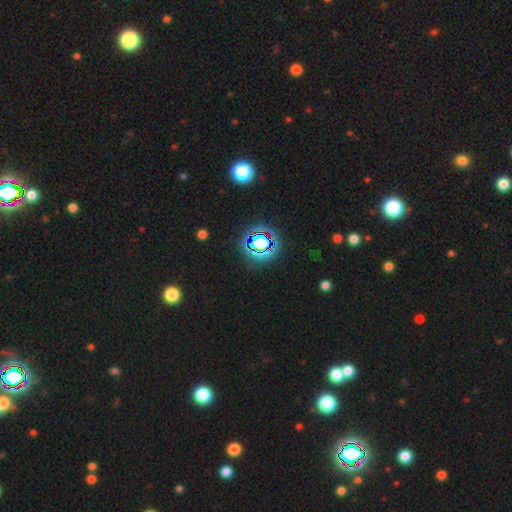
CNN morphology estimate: Overall: star or artifact (75%).